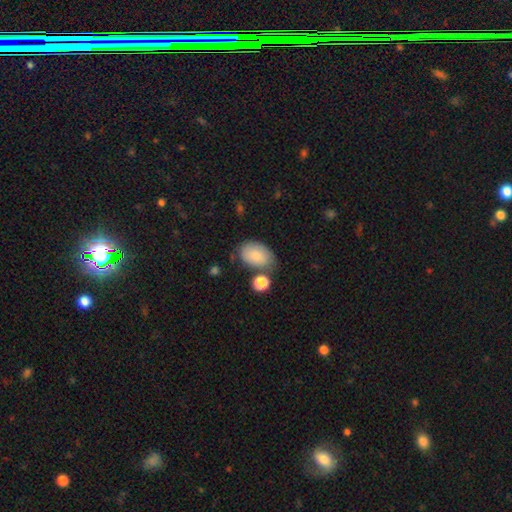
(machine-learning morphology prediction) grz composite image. It shows a smooth galaxy with no disk features (81%) that is in between round and cigar-shaped (89%). Merging: none (61%).